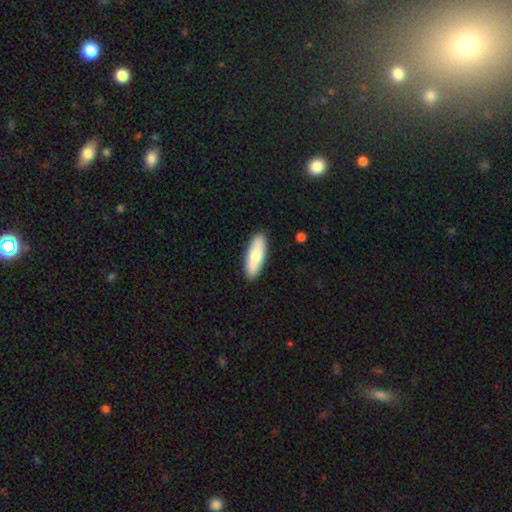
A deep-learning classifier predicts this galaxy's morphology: smooth 76%, featured or disk 18%, star or artifact 5%. Down the decision tree: how rounded — in between (60%); merging — none (89%).